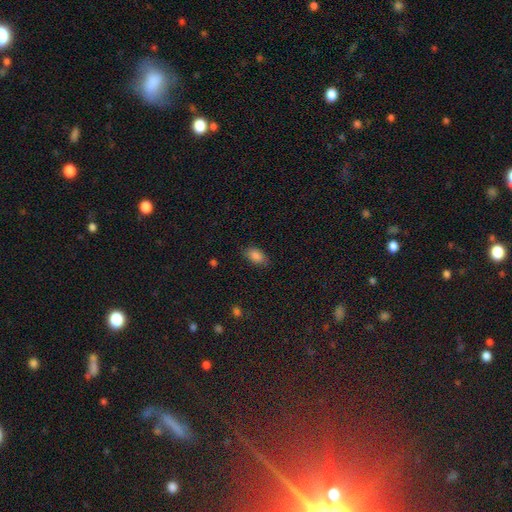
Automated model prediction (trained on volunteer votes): This is clearly a smooth galaxy (85%). How rounded: clearly in between (90%). Merging: clearly none (81%).